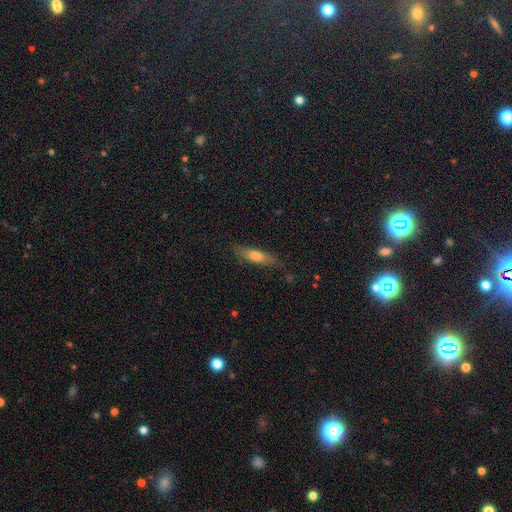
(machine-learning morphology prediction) A smooth galaxy with no disk features (63%) that is cigar-shaped (66%).

Vote fractions:
- Smooth or featured? smooth: 63% / featured or disk: 30% / star or artifact: 7%
- How rounded? cigar-shaped: 66% / in between: 32% / round: 2%
- Merging? none: 78% / minor disturbance: 17% / major disturbance: 4% / merger: 2%